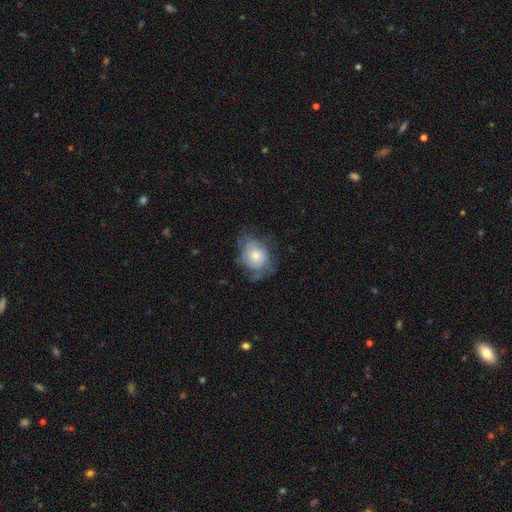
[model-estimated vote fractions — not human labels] A featured or disk galaxy (47%).

Vote fractions:
- Smooth or featured? featured or disk: 47% / smooth: 45% / star or artifact: 8%
- Merging? none: 52% / minor disturbance: 29% / major disturbance: 17% / merger: 2%